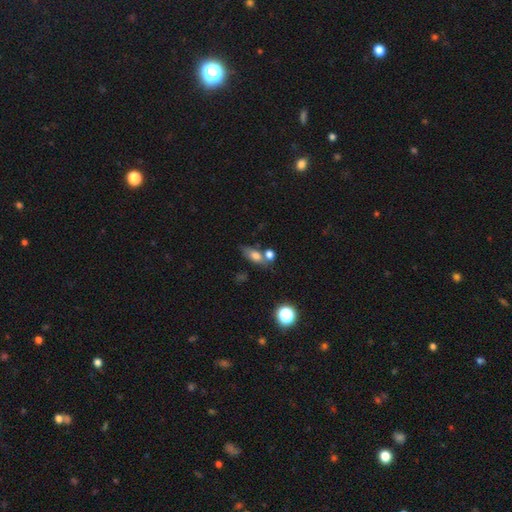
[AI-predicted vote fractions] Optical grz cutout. It shows a smooth galaxy with no disk features (70%) that is in between round and cigar-shaped (70%). Merging: none (48%).